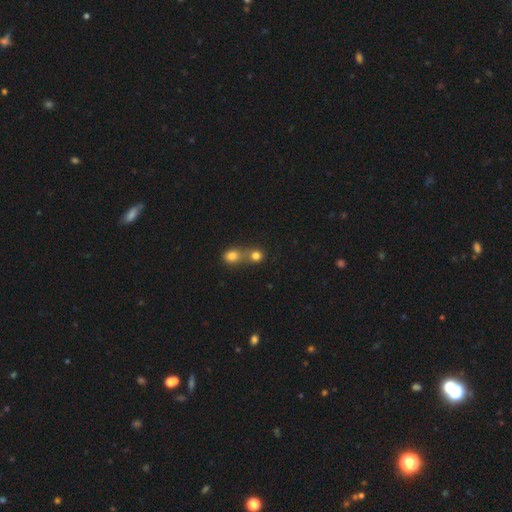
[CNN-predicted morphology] smooth_or_featured: smooth (p=0.79) [alt: star or artifact p=0.14]
how_rounded: round (p=0.84) [alt: in between p=0.15]
merging: merger (p=0.52) [alt: none p=0.40]